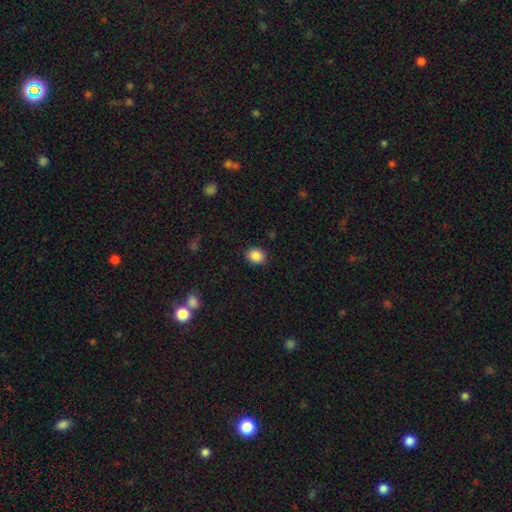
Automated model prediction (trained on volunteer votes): Smooth or featured? Predicted: smooth (p=0.88). How rounded? Predicted: round (p=0.55). Merging? Predicted: none (p=0.88).